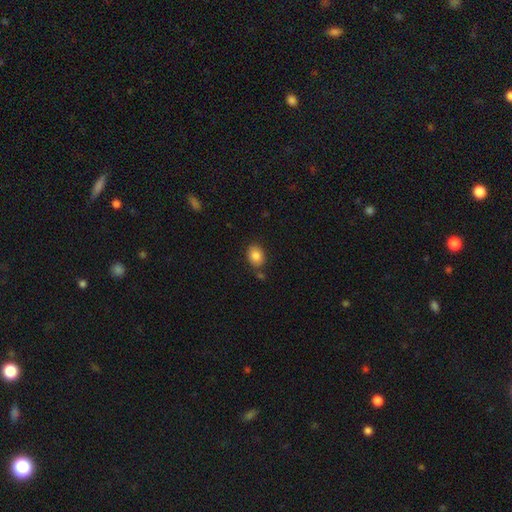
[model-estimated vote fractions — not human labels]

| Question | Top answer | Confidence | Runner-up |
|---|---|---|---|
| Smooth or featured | smooth | 86% | star or artifact (8%) |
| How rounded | in between | 59% | round (40%) |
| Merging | none | 77% | minor disturbance (13%) |